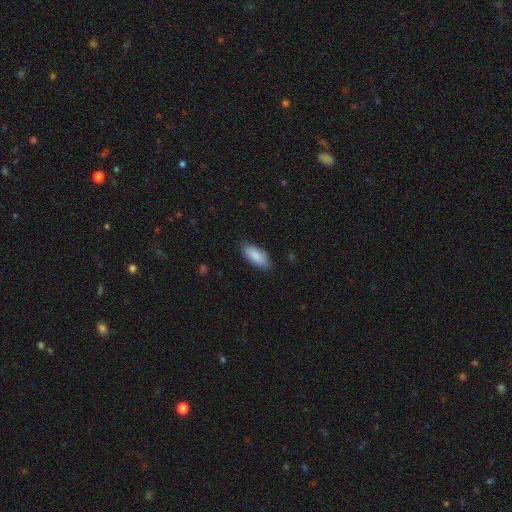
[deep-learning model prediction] smooth 88%, featured or disk 7%, star or artifact 6%. Down the decision tree: how rounded — in between (83%); merging — none (83%).